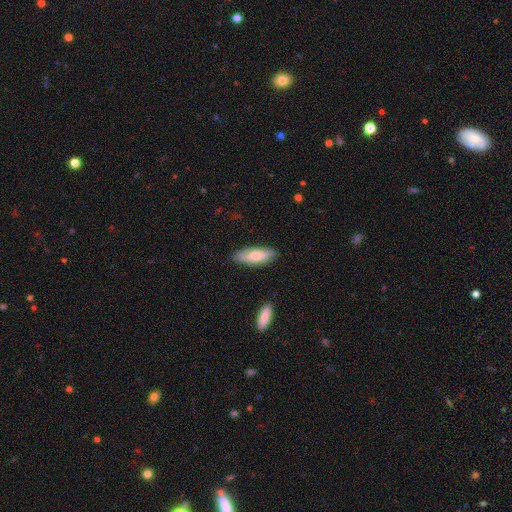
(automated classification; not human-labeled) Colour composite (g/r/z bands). It shows a smooth galaxy with no disk features (72%) that is in between round and cigar-shaped (67%). Merging: none (83%).